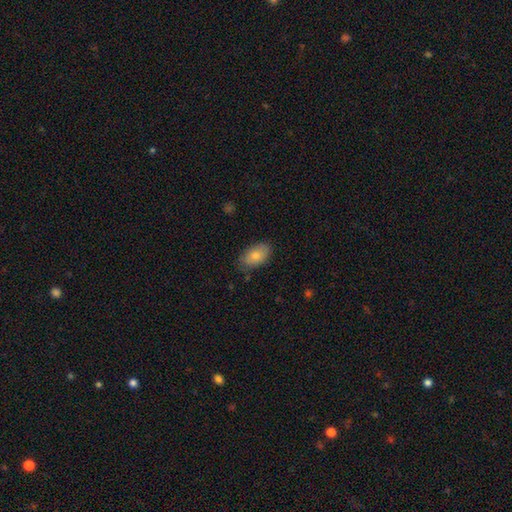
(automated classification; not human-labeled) smooth 80%, featured or disk 13%, star or artifact 7%. Down the decision tree: how rounded — in between (92%); merging — none (80%).